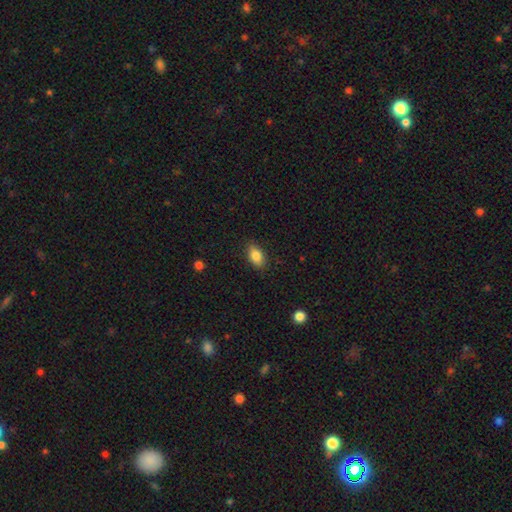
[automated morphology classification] Smooth or featured? Predicted: smooth (p=0.84). How rounded? Predicted: in between (p=0.88). Merging? Predicted: none (p=0.85).